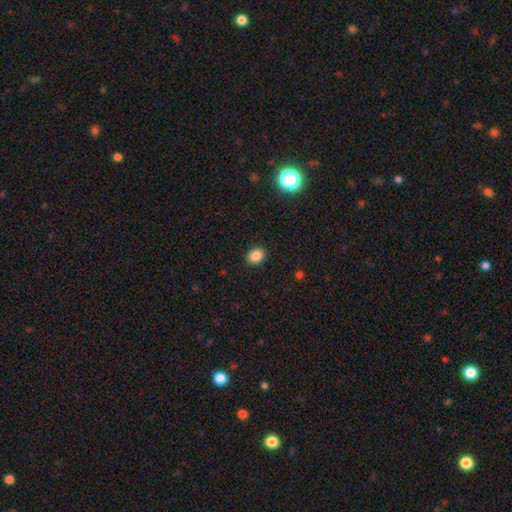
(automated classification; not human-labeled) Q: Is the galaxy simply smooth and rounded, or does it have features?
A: smooth — 86%.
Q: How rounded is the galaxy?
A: in between — 54%.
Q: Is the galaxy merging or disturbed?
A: none — 89%.